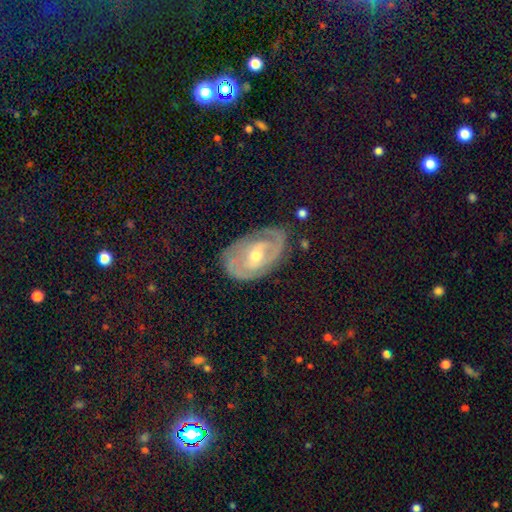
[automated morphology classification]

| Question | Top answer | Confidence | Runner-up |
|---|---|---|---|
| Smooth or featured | featured or disk | 62% | star or artifact (22%) |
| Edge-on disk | no | 94% | yes (6%) |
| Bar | no | 44% | weak (39%) |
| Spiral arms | yes | 73% | no (27%) |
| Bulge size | moderate | 57% | small (38%) |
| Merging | none | 73% | minor disturbance (18%) |